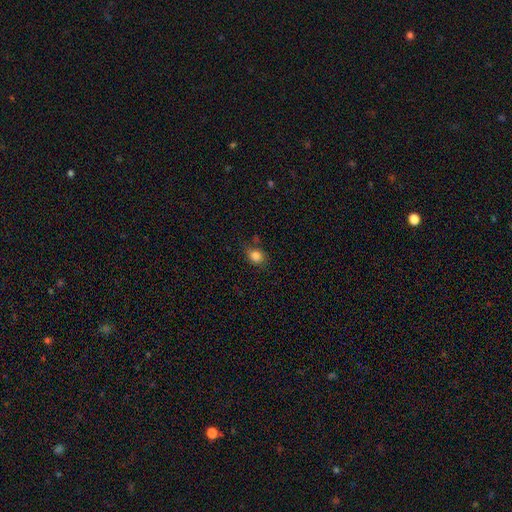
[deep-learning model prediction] smooth_or_featured: smooth (p=0.83) [alt: star or artifact p=0.11]
how_rounded: round (p=0.50) [alt: in between p=0.49]
merging: none (p=0.66) [alt: minor disturbance p=0.23]